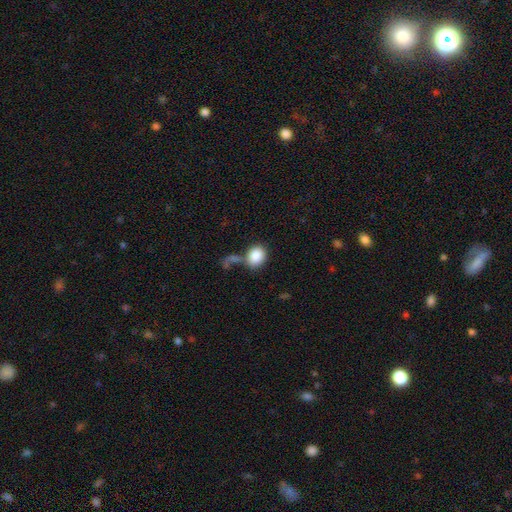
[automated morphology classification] This appears to be a smooth galaxy with no disk features (87%) that is round (57%). Merging: none (49%).